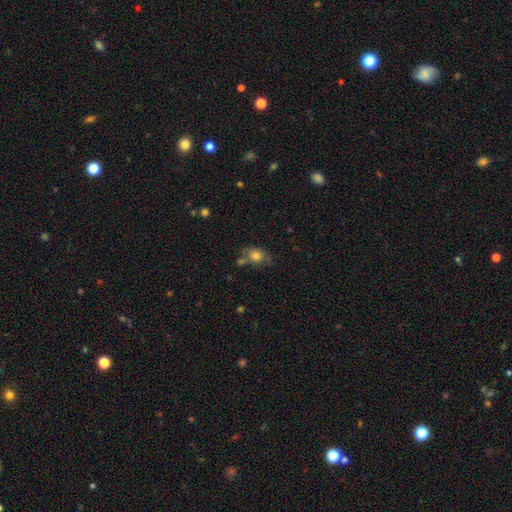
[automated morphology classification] A smooth galaxy with no disk features (76%) that is in between round and cigar-shaped (54%).

Vote fractions:
- Smooth or featured? smooth: 76% / featured or disk: 14% / star or artifact: 10%
- How rounded? in between: 54% / round: 44% / cigar-shaped: 2%
- Merging? none: 52% / minor disturbance: 22% / merger: 19% / major disturbance: 8%